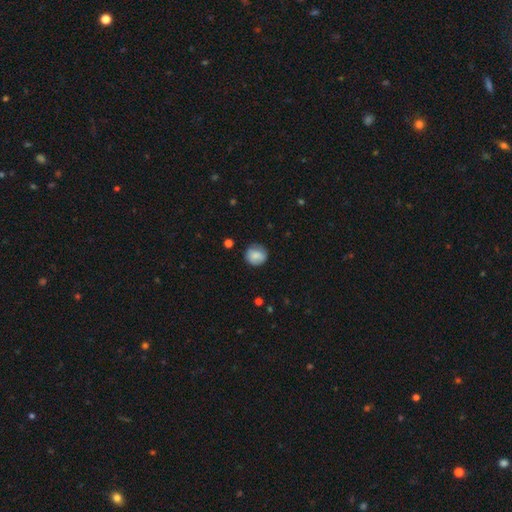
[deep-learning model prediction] smooth 78%, featured or disk 14%, star or artifact 8%. Down the decision tree: how rounded — round (86%); merging — none (76%).